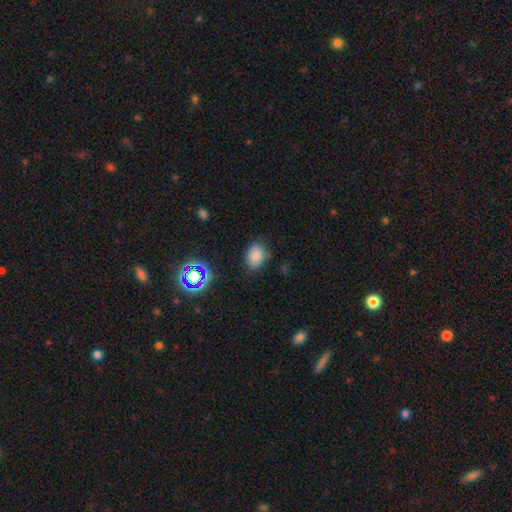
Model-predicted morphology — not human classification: A smooth galaxy with no disk features (80%) that is in between round and cigar-shaped (70%). Merging: none (76%).